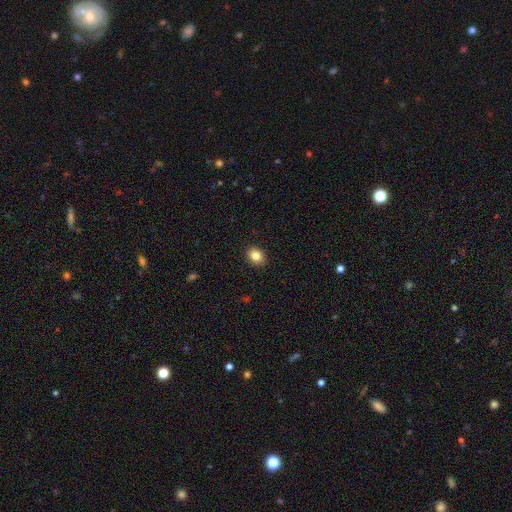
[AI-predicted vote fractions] Overall: smooth (84%). How rounded: in between (50%, tied with round). Merging: none (90%).